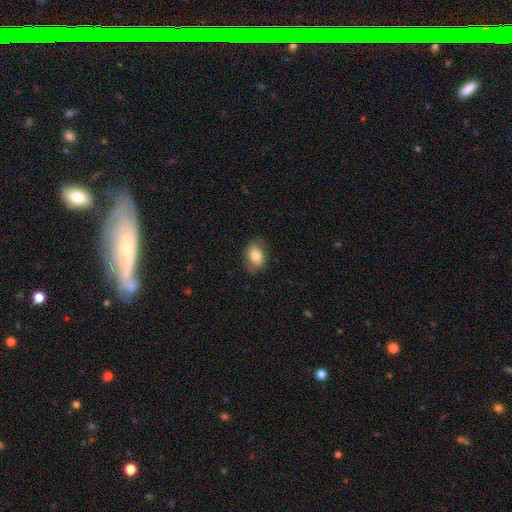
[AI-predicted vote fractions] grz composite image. It shows a smooth galaxy with no disk features (79%) that is in between round and cigar-shaped (75%). Merging: none (76%).